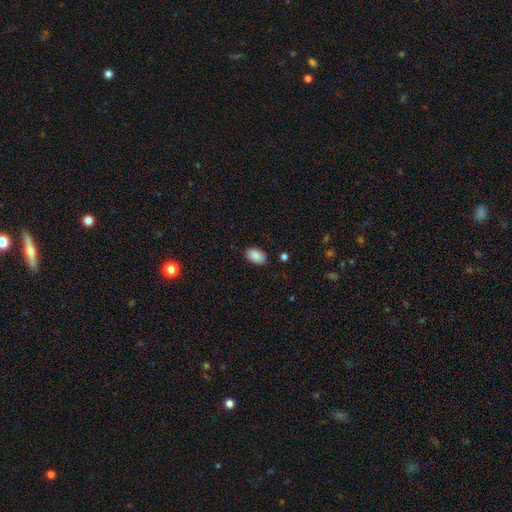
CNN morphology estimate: Smooth or featured?
  - smooth: 90% *
  - star or artifact: 7%
  - featured or disk: 3%
How rounded?
  - in between: 92% *
  - round: 7%
  - cigar-shaped: 1%
Merging?
  - none: 87% *
  - minor disturbance: 9%
  - major disturbance: 2%
  - merger: 1%